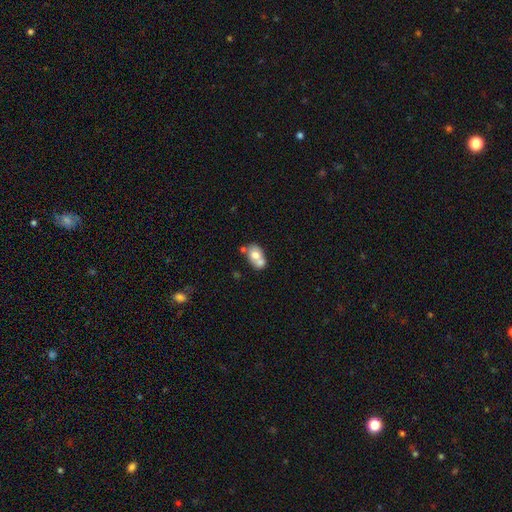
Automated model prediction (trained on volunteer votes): smooth 65%, featured or disk 27%, star or artifact 8%. Down the decision tree: how rounded — in between (74%); merging — merger (54%).